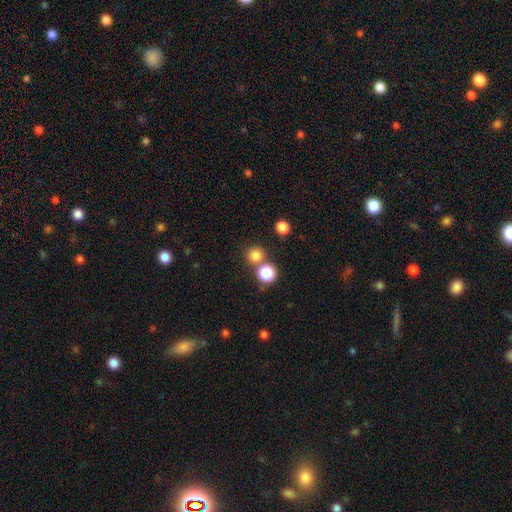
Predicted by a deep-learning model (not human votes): Smooth or featured: smooth — 79% (star or artifact — 15%)
How rounded: round — 92% (in between — 7%)
Merging: none — 66% (merger — 25%)